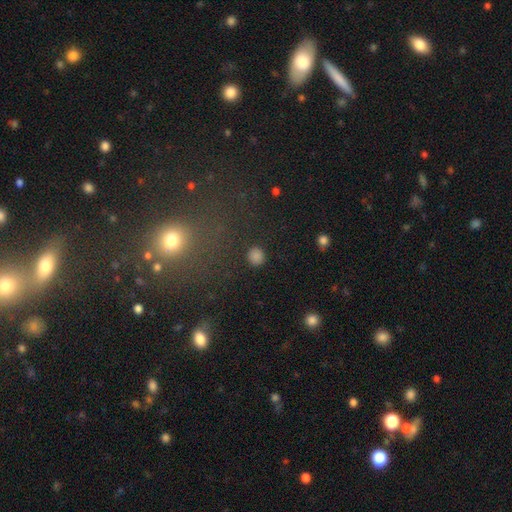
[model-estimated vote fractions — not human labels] Morphology: type=smooth (80%); roundness=round (91%); merging=none (89%).